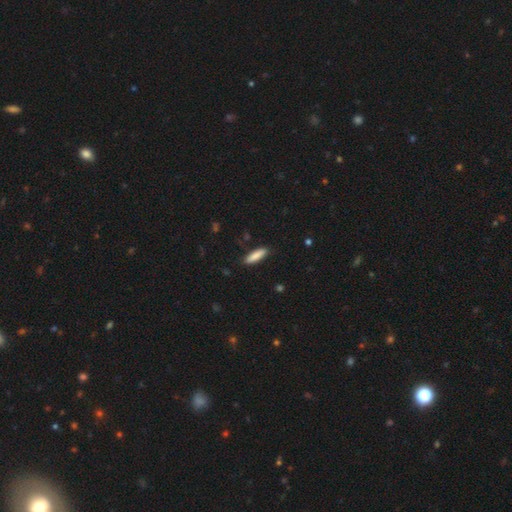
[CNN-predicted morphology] Q: Smooth or featured?
A: smooth (86%); runner-up: featured or disk (8%)
Q: How rounded?
A: cigar-shaped (63%); runner-up: in between (35%)
Q: Merging?
A: none (87%); runner-up: minor disturbance (10%)